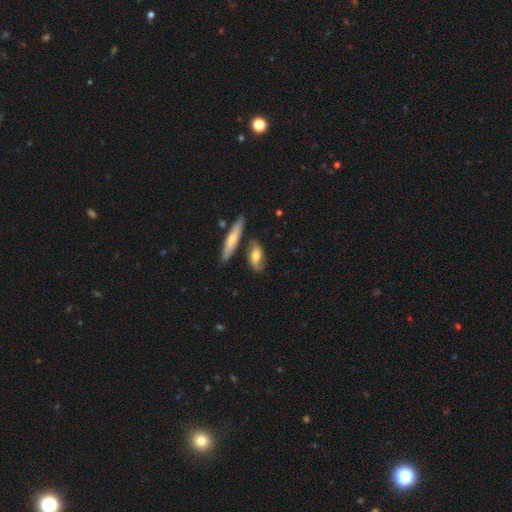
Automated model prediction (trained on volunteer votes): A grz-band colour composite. It shows a smooth galaxy with no disk features (49%). Merging: none (67%).